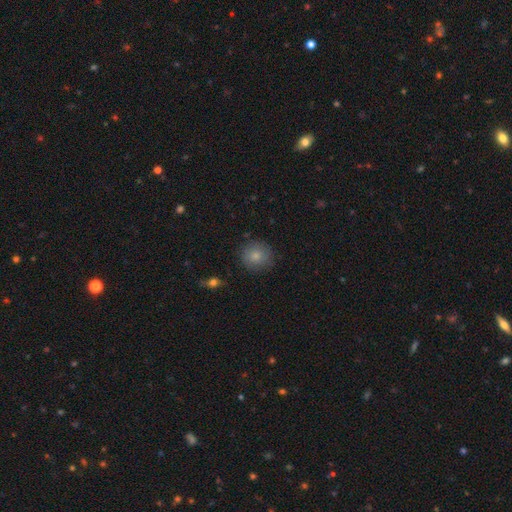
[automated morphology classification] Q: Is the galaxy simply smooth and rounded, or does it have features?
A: smooth — 82%.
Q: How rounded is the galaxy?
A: round — 90%.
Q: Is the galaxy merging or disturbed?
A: none — 85%.